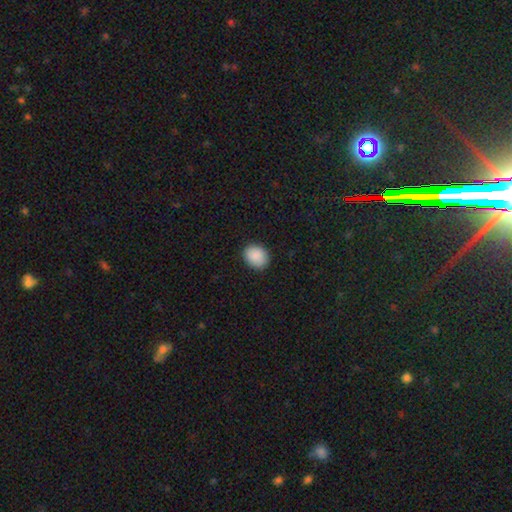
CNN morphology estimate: Smooth or featured: smooth — 90% (star or artifact — 7%)
How rounded: round — 50% (tied with in between — 50%)
Merging: none — 88% (minor disturbance — 9%)